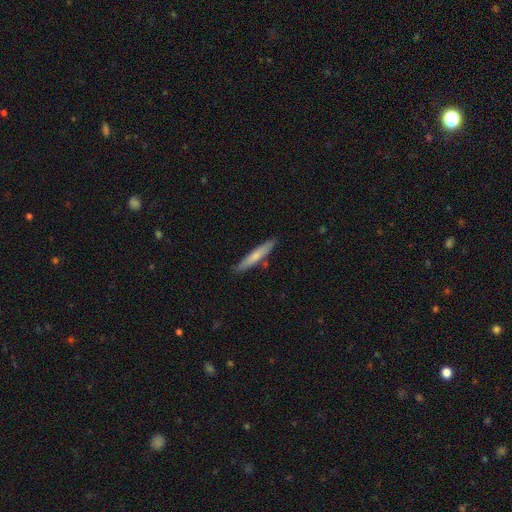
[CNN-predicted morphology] type=smooth (66%); roundness=cigar-shaped (93%); merging=none (85%).